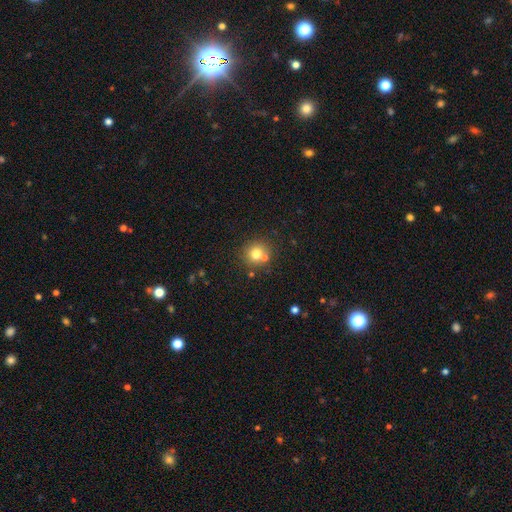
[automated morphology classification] smooth 75%, star or artifact 13%, featured or disk 12%. Down the decision tree: how rounded — round (86%); merging — none (66%).